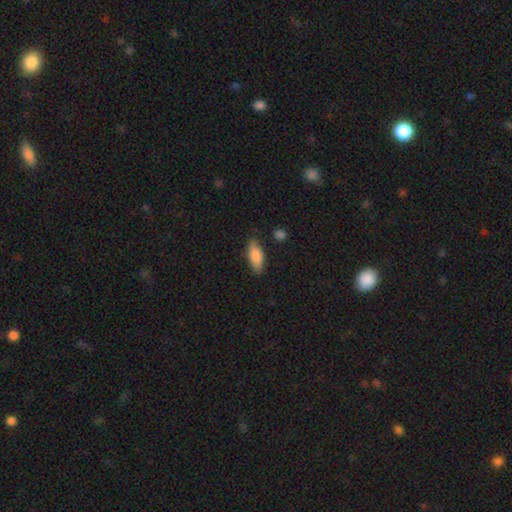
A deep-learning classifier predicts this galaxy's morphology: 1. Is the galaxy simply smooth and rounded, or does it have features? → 84% smooth, 9% featured or disk, 6% star or artifact.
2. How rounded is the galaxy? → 76% in between, 22% cigar-shaped, 2% round.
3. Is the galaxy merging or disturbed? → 82% none, 13% minor disturbance, 3% major disturbance, 2% merger.